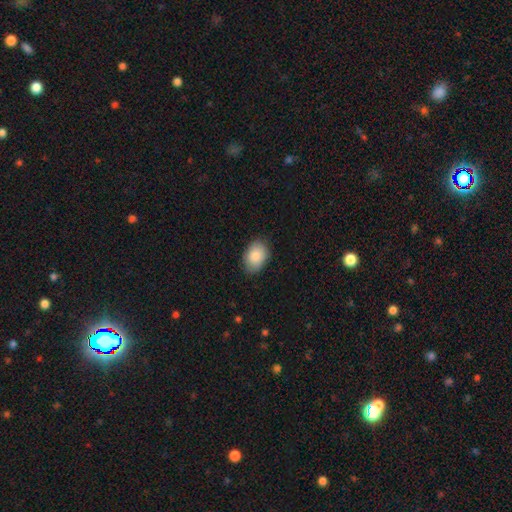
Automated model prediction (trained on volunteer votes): This is clearly a smooth galaxy (86%). How rounded: clearly in between (82%). Merging: clearly none (83%).